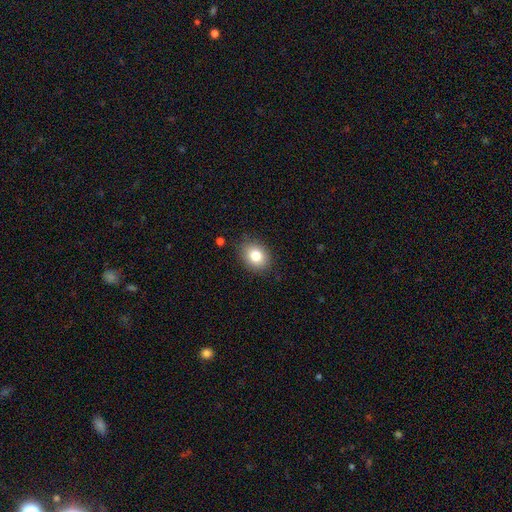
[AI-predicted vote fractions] This is clearly a smooth galaxy (81%). How rounded: possibly in between (55%). Merging: clearly none (85%).